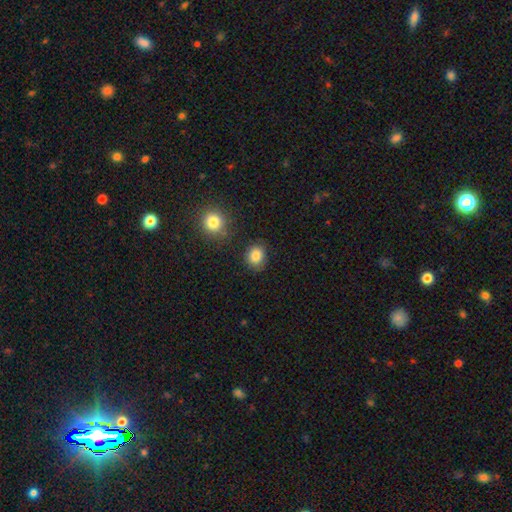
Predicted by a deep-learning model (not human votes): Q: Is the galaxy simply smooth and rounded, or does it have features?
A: smooth — 85%.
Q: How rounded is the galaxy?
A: round — 69%.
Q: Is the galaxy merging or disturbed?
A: none — 82%.